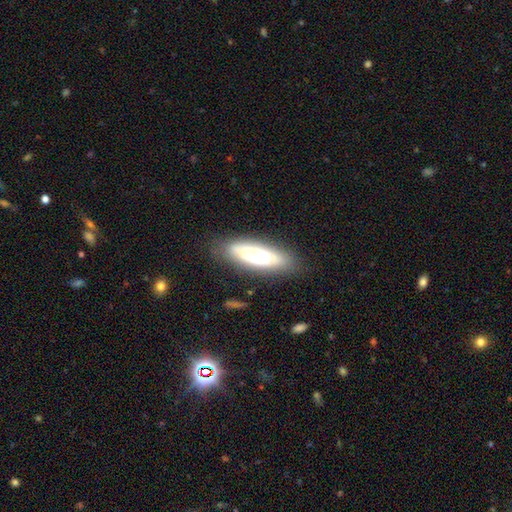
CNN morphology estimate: Smooth or featured? smooth (61%)
How rounded? cigar-shaped (58%)
Merging? none (77%)